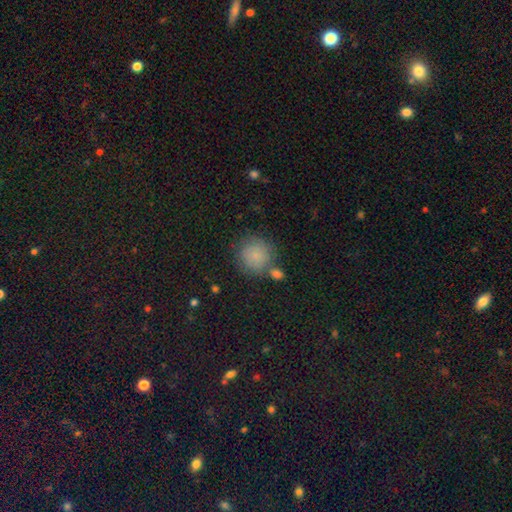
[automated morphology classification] Smooth or featured? Predicted: smooth (p=0.82). How rounded? Predicted: round (p=0.92). Merging? Predicted: none (p=0.66).